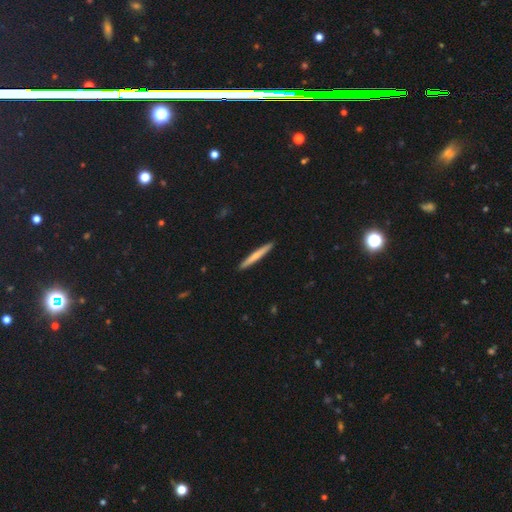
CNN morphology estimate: smooth-or-featured: smooth: 58% | featured or disk: 37% | star or artifact: 5%
  how-rounded: cigar-shaped: 96% | in between: 2% | round: 1%
  merging: none: 92% | minor disturbance: 5% | major disturbance: 1% | merger: 1%